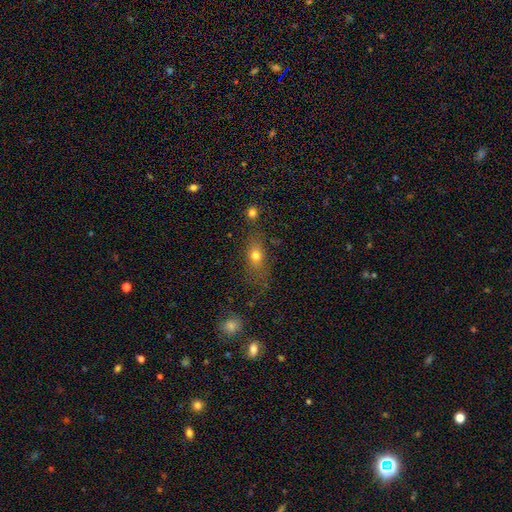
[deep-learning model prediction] Overall: smooth (72%). How rounded: in between (64%; round 24%). Merging: none (63%).